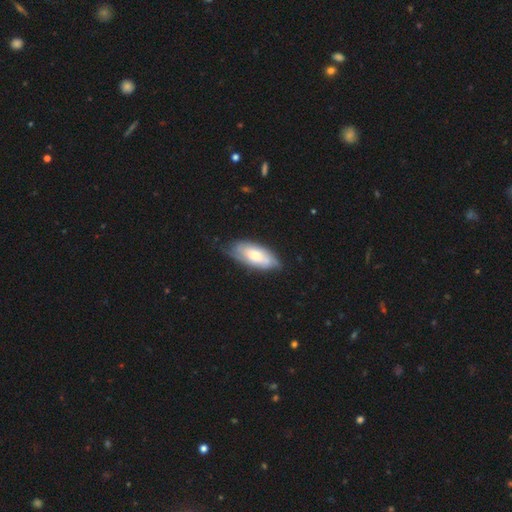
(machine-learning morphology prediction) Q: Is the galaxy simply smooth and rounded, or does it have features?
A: smooth — 50%.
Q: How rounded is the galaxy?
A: in between — 86%.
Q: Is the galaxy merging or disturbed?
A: none — 66%.